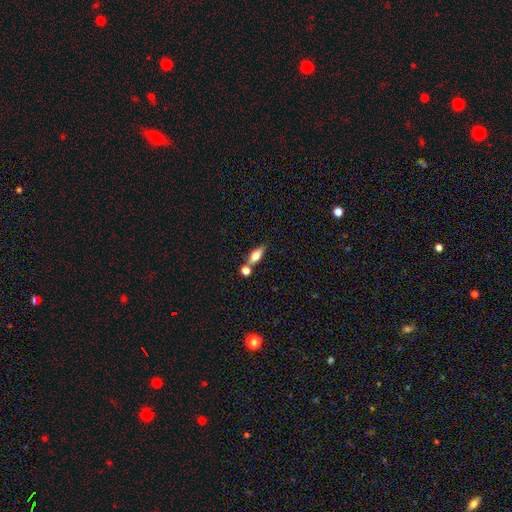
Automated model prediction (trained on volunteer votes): Smooth or featured? smooth (63%)
How rounded? in between (73%)
Merging? none (61%)